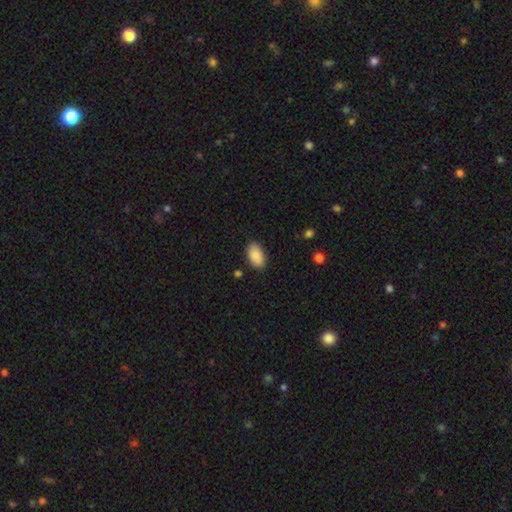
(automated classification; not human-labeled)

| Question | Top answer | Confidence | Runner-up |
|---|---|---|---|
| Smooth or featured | smooth | 87% | featured or disk (7%) |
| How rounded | in between | 94% | round (5%) |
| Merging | none | 86% | minor disturbance (10%) |